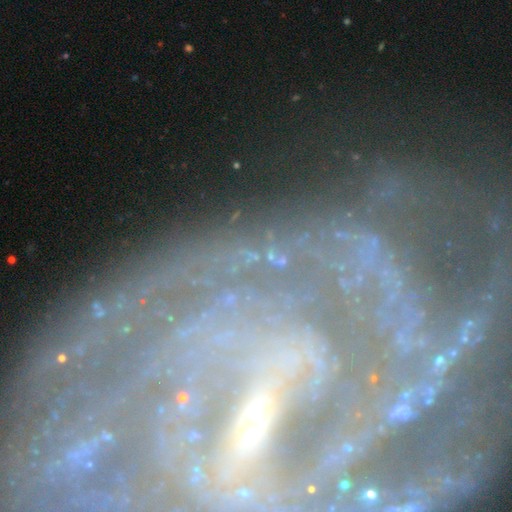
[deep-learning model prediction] This is likely a featured or disk galaxy (78%). It is clearly not viewed edge-on (92%). Bar: possibly strong (49%). Spiral arm pattern: clearly yes (88%). Spiral arm count: marginally can't tell (29%). Spiral winding: likely tight (65%). Central bulge: possibly small (54%). Merging: likely none (68%).